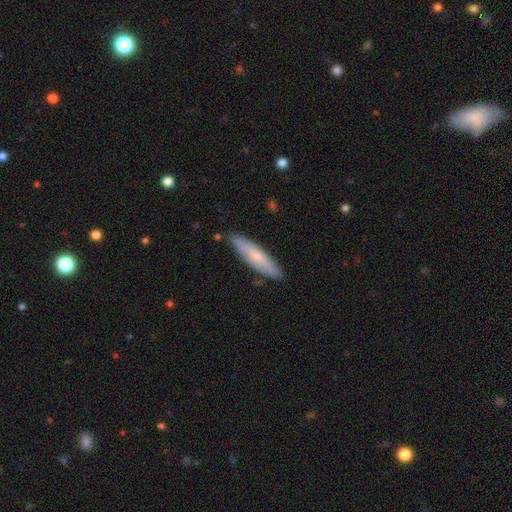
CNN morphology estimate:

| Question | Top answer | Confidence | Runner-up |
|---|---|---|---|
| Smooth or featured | smooth | 65% | featured or disk (29%) |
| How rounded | cigar-shaped | 78% | in between (21%) |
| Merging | none | 84% | minor disturbance (13%) |